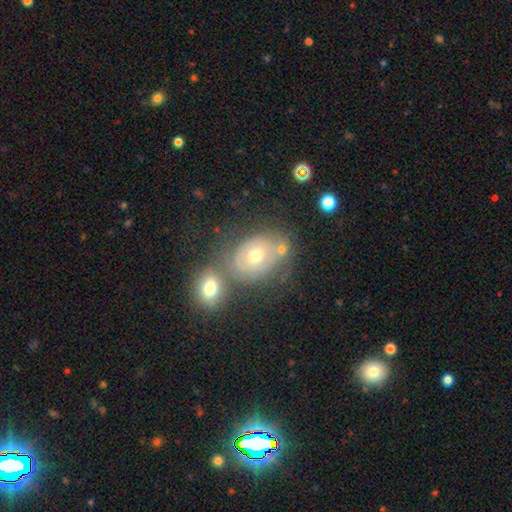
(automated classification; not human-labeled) Morphology: type=featured or disk (54%); edge-on=no (95%); bar=no (84%); spiral arms=yes (51%); bulge=moderate (73%); merging=none (47%).